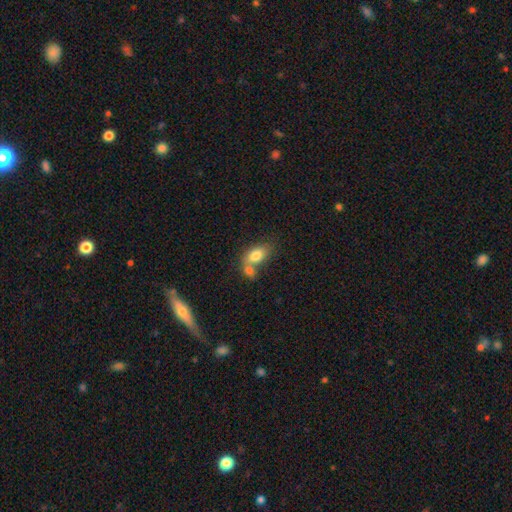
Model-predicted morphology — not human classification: This is likely a smooth galaxy (80%). How rounded: clearly in between (86%). Merging: possibly merger (52%).